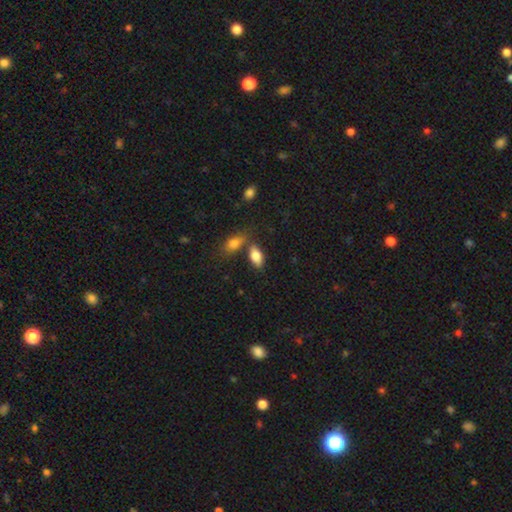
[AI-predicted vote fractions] smooth-or-featured: smooth: 82% | featured or disk: 11% | star or artifact: 7%
  how-rounded: in between: 90% | cigar-shaped: 6% | round: 4%
  merging: none: 58% | merger: 25% | minor disturbance: 13% | major disturbance: 4%